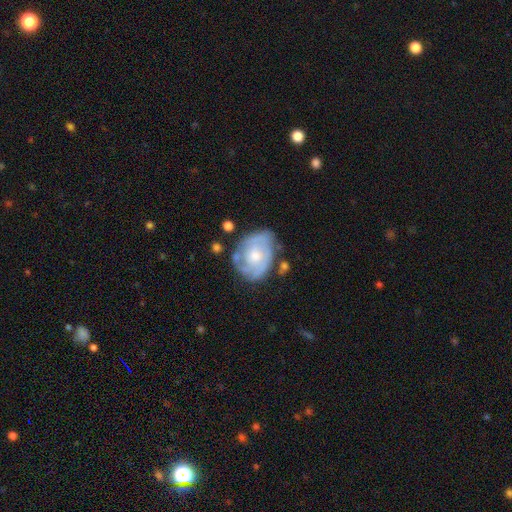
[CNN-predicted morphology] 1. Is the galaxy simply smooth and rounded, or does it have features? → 74% featured or disk, 21% smooth, 5% star or artifact.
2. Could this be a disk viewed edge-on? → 97% no, 3% yes.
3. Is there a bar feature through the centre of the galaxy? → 78% no, 20% weak, 3% strong.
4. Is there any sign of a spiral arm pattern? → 80% yes, 20% no.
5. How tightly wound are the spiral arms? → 62% tight, 29% medium, 10% loose.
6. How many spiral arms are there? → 41% can't tell, 32% 2, 14% 3, 6% 1, 4% 4, 3% more than 4.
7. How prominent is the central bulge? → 58% moderate, 33% small, 6% large, 2% none, 1% dominant.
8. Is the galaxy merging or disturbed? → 61% none, 25% minor disturbance, 9% major disturbance, 5% merger.